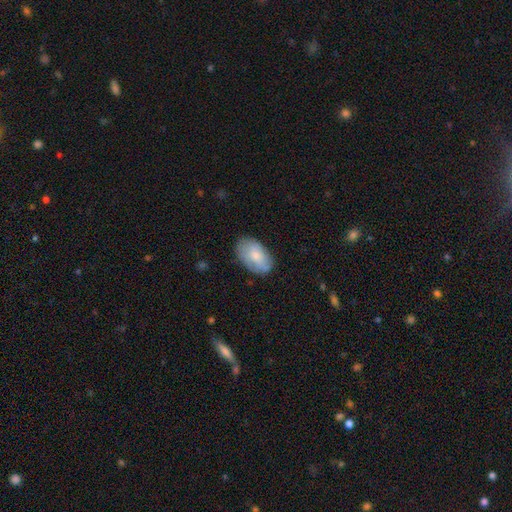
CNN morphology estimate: A smooth galaxy with no disk features (69%) that is in between round and cigar-shaped (92%). Merging: none (72%).